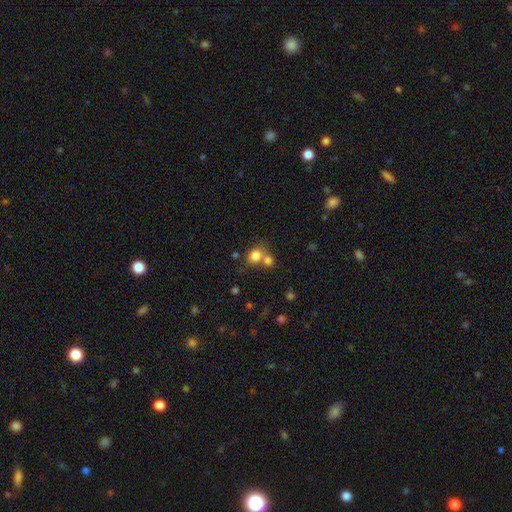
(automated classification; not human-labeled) smooth 80%, star or artifact 12%, featured or disk 8%. Down the decision tree: how rounded — round (64%); merging — none (45%).